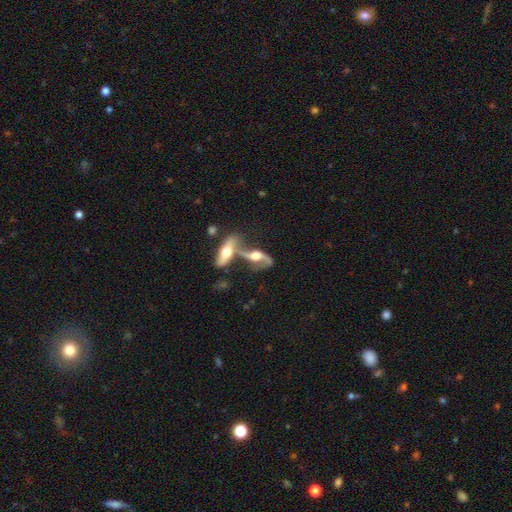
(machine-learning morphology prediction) Overall: featured or disk (79%). Edge-on disk: no (74%). Bar: no (54%; weak 31%). Spiral arms: yes (90%). Spiral arm count: 2 (89%). Spiral winding: loose (76%). Bulge size: moderate (55%; large 27%). Merging: merger (54%; none 27%).